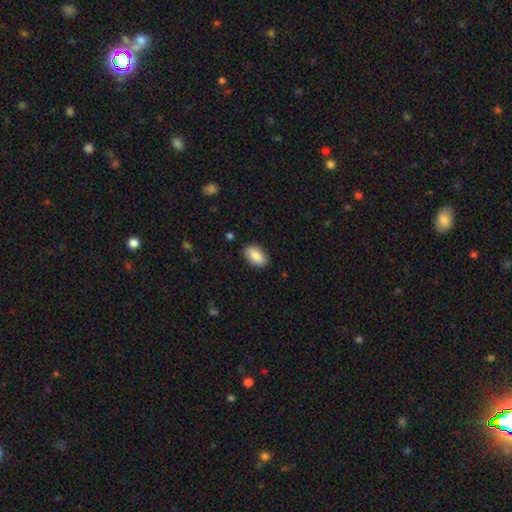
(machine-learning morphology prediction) Overall: smooth (86%). How rounded: in between (93%). Merging: none (87%).